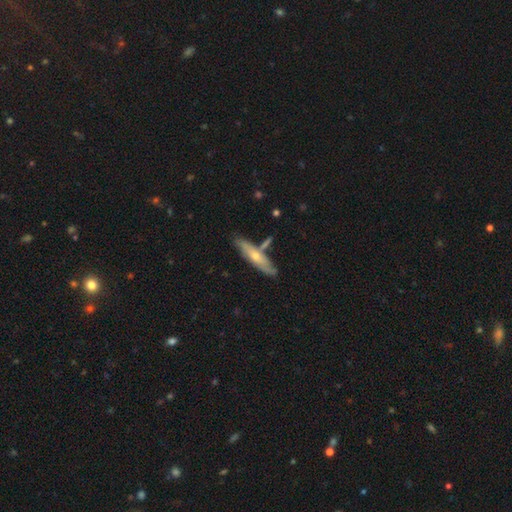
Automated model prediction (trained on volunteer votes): A smooth galaxy with no disk features (50%).

Vote fractions:
- Smooth or featured? smooth: 50% / featured or disk: 45% / star or artifact: 5%
- Merging? none: 70% / minor disturbance: 15% / merger: 12% / major disturbance: 3%